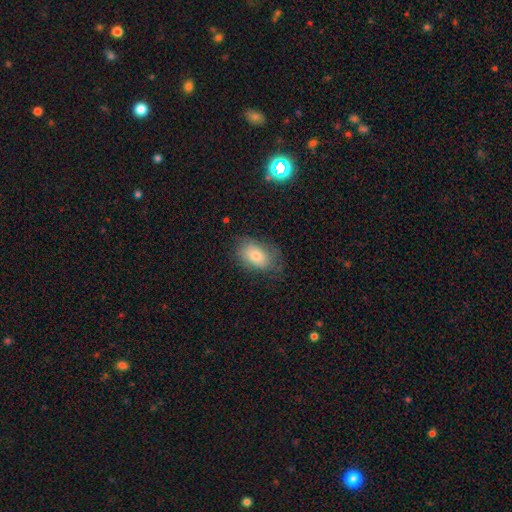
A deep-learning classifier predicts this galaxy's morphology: A smooth galaxy with no disk features (76%) that is in between round and cigar-shaped (87%). Merging: none (70%).